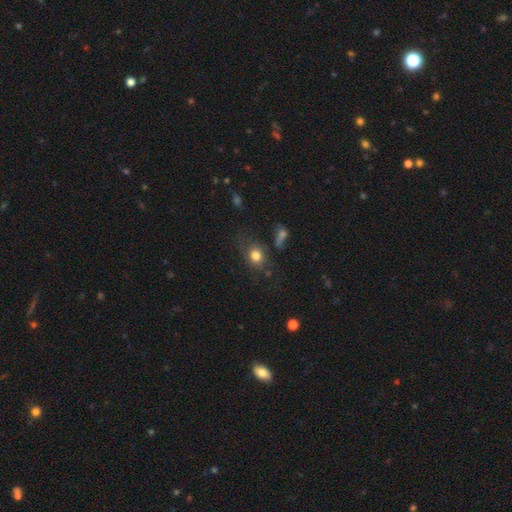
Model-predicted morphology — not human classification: This appears to be a smooth galaxy with no disk features (78%) that is round (59%). Merging: none (62%).